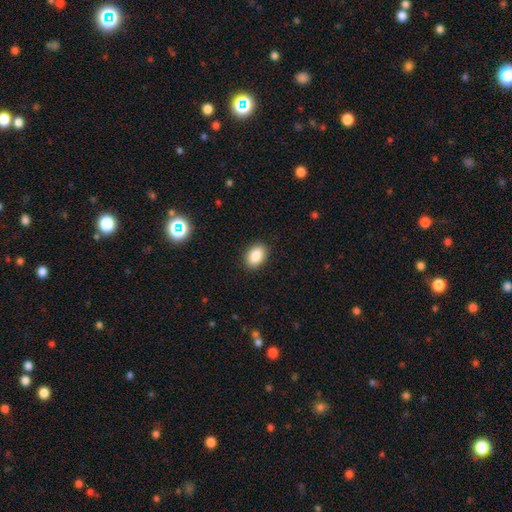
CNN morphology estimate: A smooth galaxy with no disk features (87%) that is in between round and cigar-shaped (85%). Merging: none (89%).